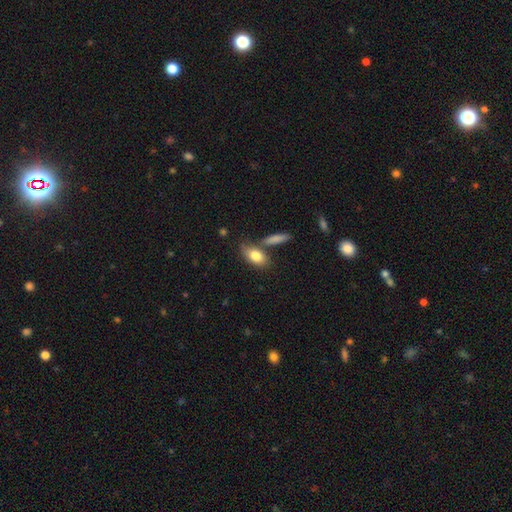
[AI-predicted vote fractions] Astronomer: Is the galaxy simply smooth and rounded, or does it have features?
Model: smooth — 80%.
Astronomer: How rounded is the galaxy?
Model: in between — 85%.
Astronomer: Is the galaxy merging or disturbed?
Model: none — 59%.